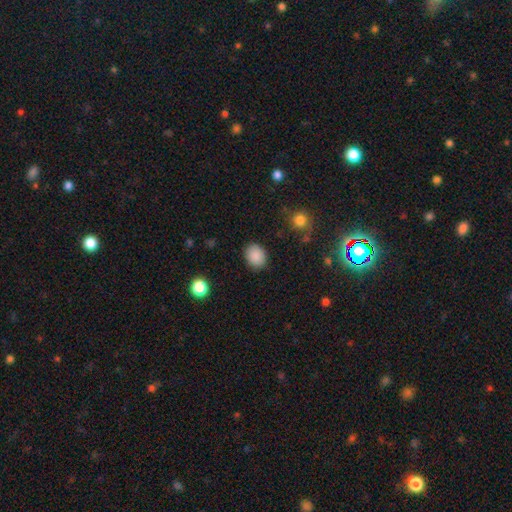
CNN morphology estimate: This is clearly a smooth galaxy (88%). How rounded: possibly round (50%). Merging: clearly none (87%).